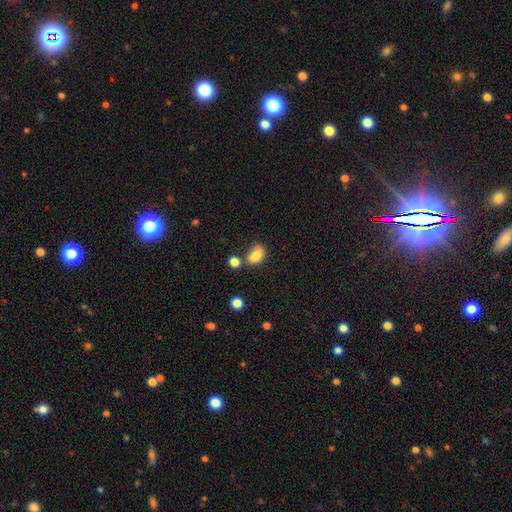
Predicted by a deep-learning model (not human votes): Smooth or featured? Predicted: smooth (p=0.82). How rounded? Predicted: in between (p=0.81). Merging? Predicted: none (p=0.46).